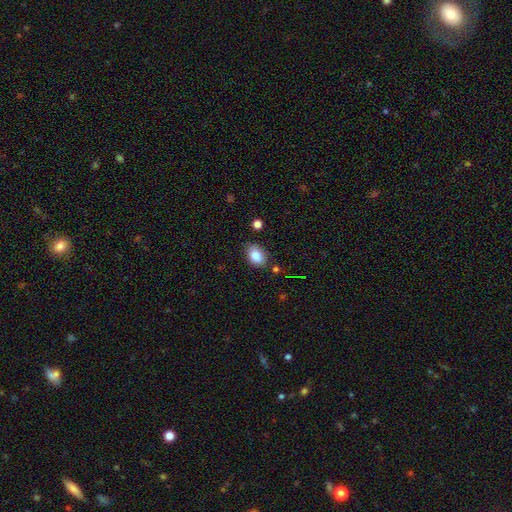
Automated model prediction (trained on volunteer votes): Smooth or featured?
  - smooth: 84% *
  - star or artifact: 9%
  - featured or disk: 7%
How rounded?
  - in between: 82% *
  - round: 17%
  - cigar-shaped: 1%
Merging?
  - none: 79% *
  - minor disturbance: 15%
  - merger: 3%
  - major disturbance: 3%